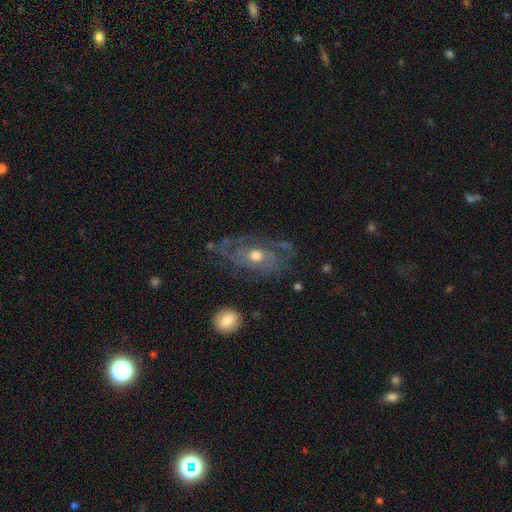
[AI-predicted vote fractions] Smooth or featured? Predicted: featured or disk (p=0.75). Edge-on disk? Predicted: no (p=0.94). Bar? Predicted: no (p=0.77). Spiral arms? Predicted: yes (p=0.80). Spiral winding? Predicted: medium (p=0.42). Spiral arm count? Predicted: 2 (p=0.39). Bulge size? Predicted: moderate (p=0.68). Merging? Predicted: none (p=0.56).